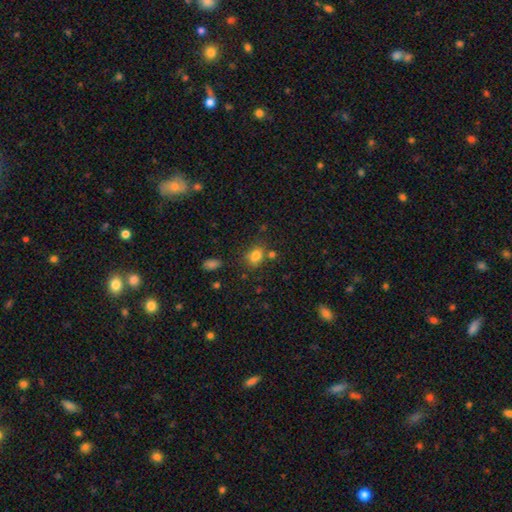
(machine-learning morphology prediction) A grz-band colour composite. It shows a smooth galaxy with no disk features (81%) that is in between round and cigar-shaped (60%). Merging: none (70%).